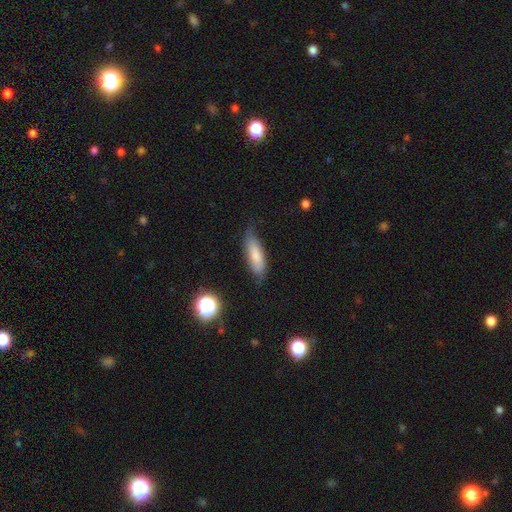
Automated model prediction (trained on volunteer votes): Smooth or featured: smooth — 77% (featured or disk — 16%)
How rounded: in between — 53% (cigar-shaped — 44%)
Merging: none — 66% (minor disturbance — 26%)